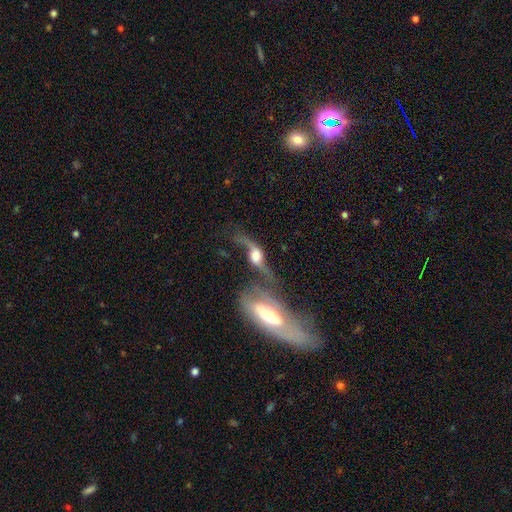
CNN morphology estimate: Smooth or featured: featured or disk — 70% (smooth — 22%)
Edge-on disk: no — 72% (yes — 28%)
Bar: no — 58% (weak — 29%)
Spiral arms: yes — 81% (no — 19%)
Bulge size: large — 44% (moderate — 31%)
Merging: merger — 48% (none — 21%)